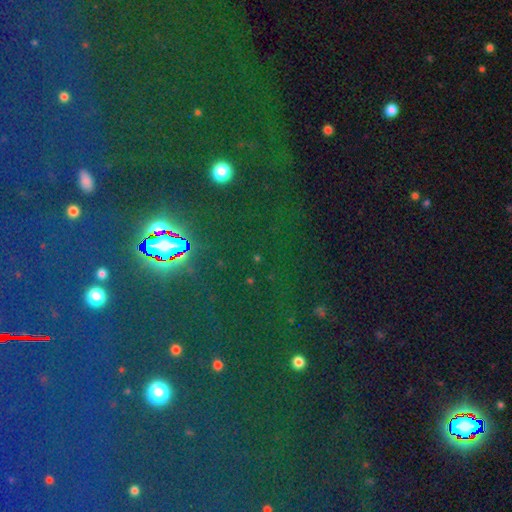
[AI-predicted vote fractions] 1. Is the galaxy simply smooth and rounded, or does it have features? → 83% star or artifact, 10% smooth, 7% featured or disk.